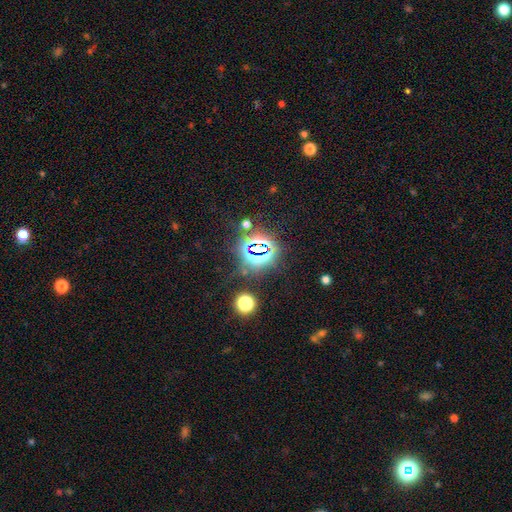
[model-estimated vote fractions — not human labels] Overall: star or artifact (80%).